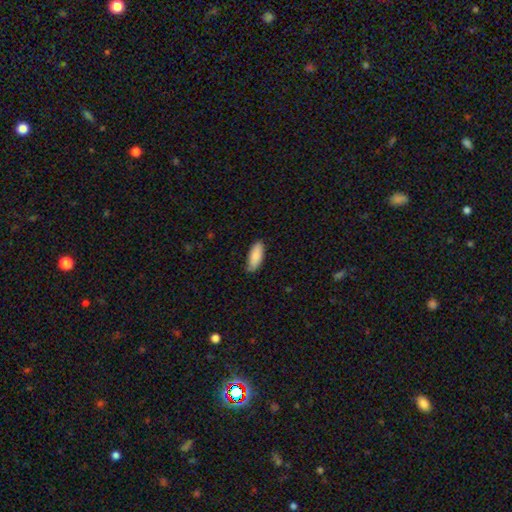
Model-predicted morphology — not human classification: Smooth or featured? Predicted: smooth (p=0.86). How rounded? Predicted: in between (p=0.79). Merging? Predicted: none (p=0.77).